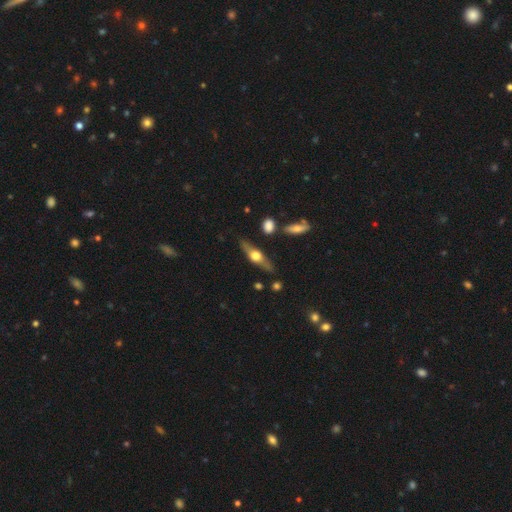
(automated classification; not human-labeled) smooth-or-featured: featured or disk: 66% | smooth: 28% | star or artifact: 6%
  disk-edge-on: yes: 93% | no: 7%
    edge-on-bulge: rounded: 95% | boxy: 3% | none: 2%
  merging: none: 83% | minor disturbance: 11% | merger: 3% | major disturbance: 3%